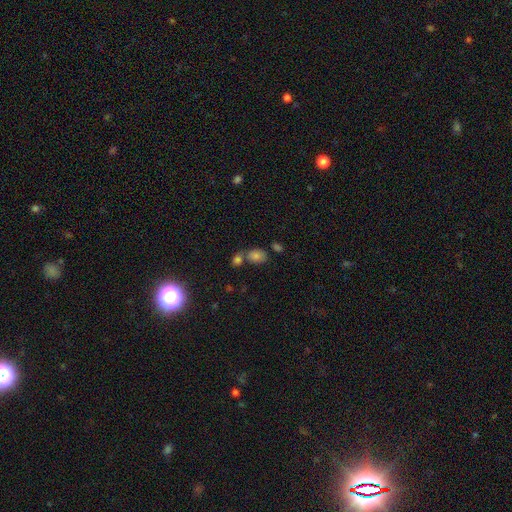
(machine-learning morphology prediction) A smooth galaxy with no disk features (74%) that is in between round and cigar-shaped (70%). Merging: none (48%).